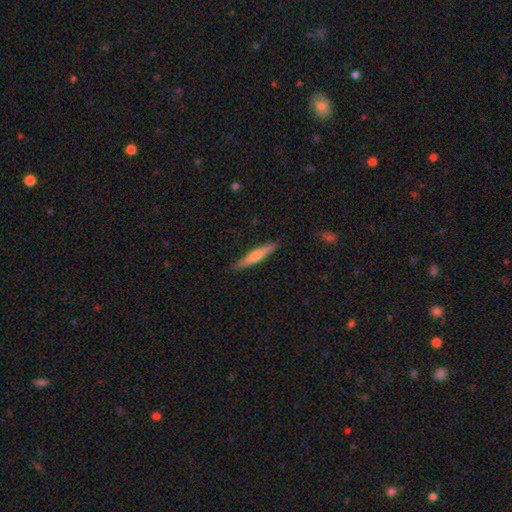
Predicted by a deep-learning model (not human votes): Morphology: type=smooth (50%); roundness=cigar-shaped (92%); merging=none (90%).